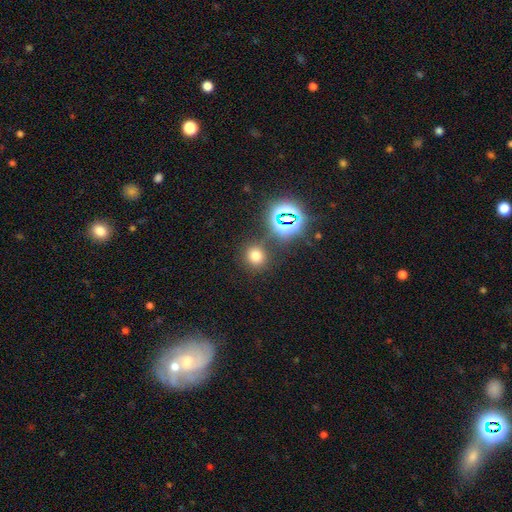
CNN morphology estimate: Q: Smooth or featured?
A: smooth (67%); runner-up: star or artifact (26%)
Q: How rounded?
A: round (85%); runner-up: in between (14%)
Q: Merging?
A: none (80%); runner-up: minor disturbance (9%)